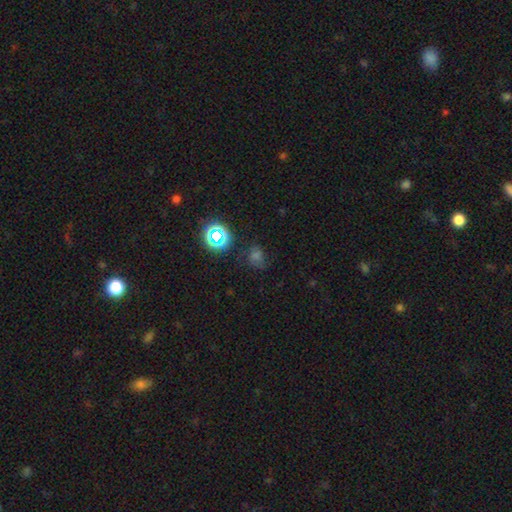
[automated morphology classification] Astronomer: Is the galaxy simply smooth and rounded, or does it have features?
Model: smooth — 57% (runner-up: star or artifact, 35%).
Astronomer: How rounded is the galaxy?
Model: round — 68%.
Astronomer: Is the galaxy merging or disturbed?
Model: none — 68%.